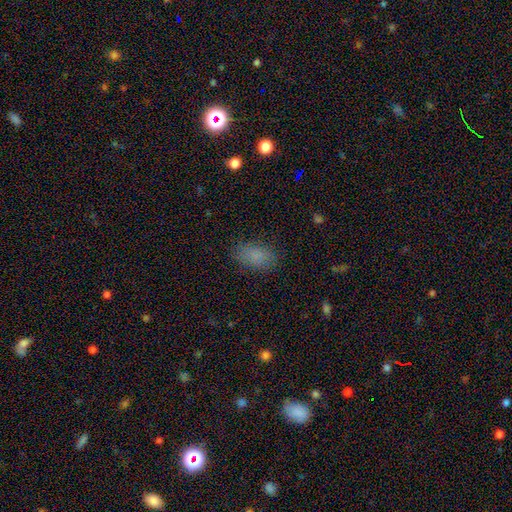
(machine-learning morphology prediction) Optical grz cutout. It shows a smooth galaxy with no disk features (83%) that is in between round and cigar-shaped (91%). Merging: none (83%).